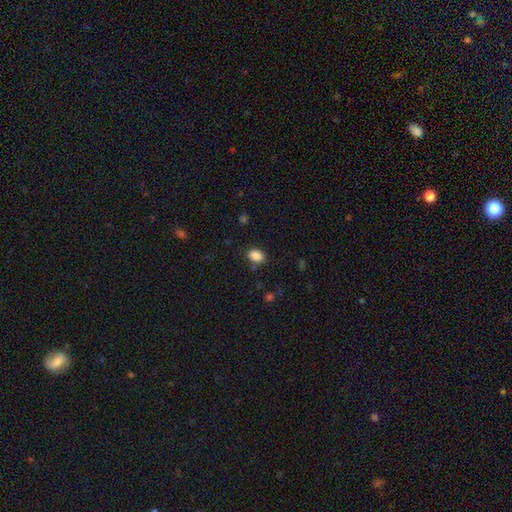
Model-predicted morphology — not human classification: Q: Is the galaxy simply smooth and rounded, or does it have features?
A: smooth — 87%.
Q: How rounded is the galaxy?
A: in between — 72%.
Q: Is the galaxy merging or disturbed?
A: none — 83%.